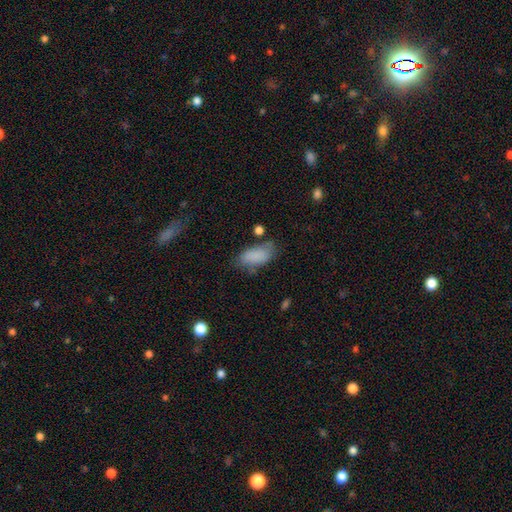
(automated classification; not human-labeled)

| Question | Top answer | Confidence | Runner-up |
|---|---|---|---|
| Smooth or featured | smooth | 83% | featured or disk (9%) |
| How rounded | in between | 92% | cigar-shaped (5%) |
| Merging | none | 57% | minor disturbance (27%) |